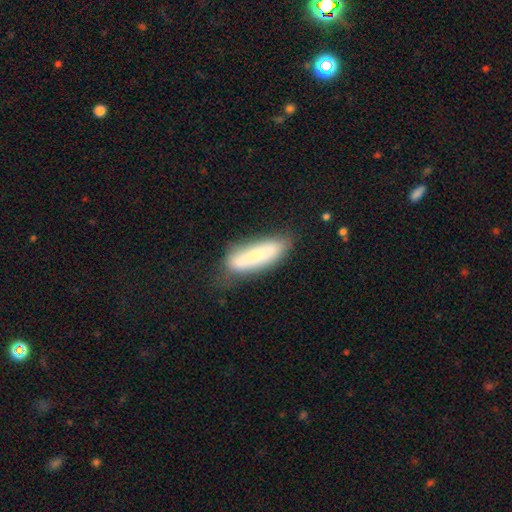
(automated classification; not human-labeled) smooth_or_featured: smooth (p=0.61) [alt: featured or disk p=0.32]
how_rounded: cigar-shaped (p=0.57) [alt: in between p=0.41]
merging: none (p=0.66) [alt: minor disturbance p=0.23]